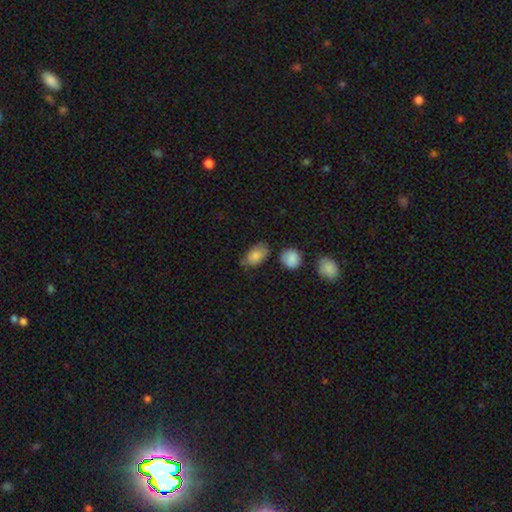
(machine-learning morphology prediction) Smooth or featured? Predicted: smooth (p=0.84). How rounded? Predicted: in between (p=0.89). Merging? Predicted: none (p=0.63).